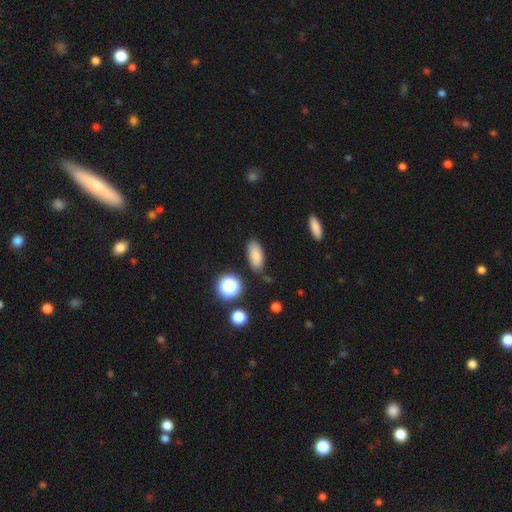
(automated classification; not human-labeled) A smooth galaxy with no disk features (83%) that is in between round and cigar-shaped (86%).

Vote fractions:
- Smooth or featured? smooth: 83% / star or artifact: 10% / featured or disk: 7%
- How rounded? in between: 86% / cigar-shaped: 9% / round: 5%
- Merging? none: 81% / minor disturbance: 13% / major disturbance: 3% / merger: 3%